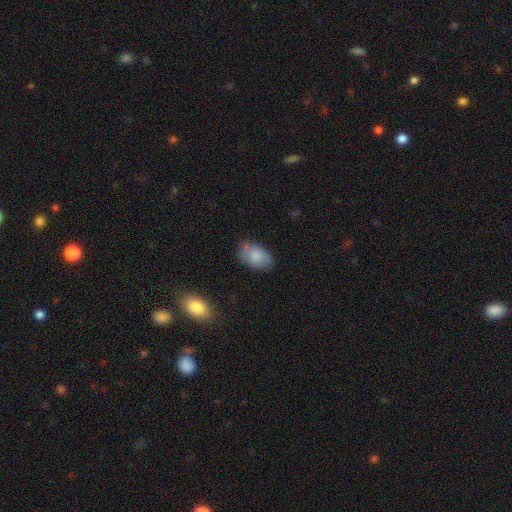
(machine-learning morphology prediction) Smooth or featured? Predicted: smooth (p=0.81). How rounded? Predicted: in between (p=0.91). Merging? Predicted: none (p=0.68).